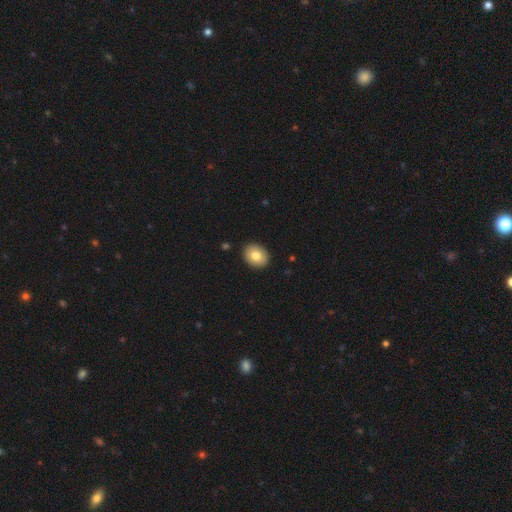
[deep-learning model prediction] Smooth or featured?
  - smooth: 81% *
  - featured or disk: 11%
  - star or artifact: 8%
How rounded?
  - in between: 55% *
  - round: 44%
  - cigar-shaped: 1%
Merging?
  - none: 91% *
  - minor disturbance: 7%
  - major disturbance: 2%
  - merger: 1%